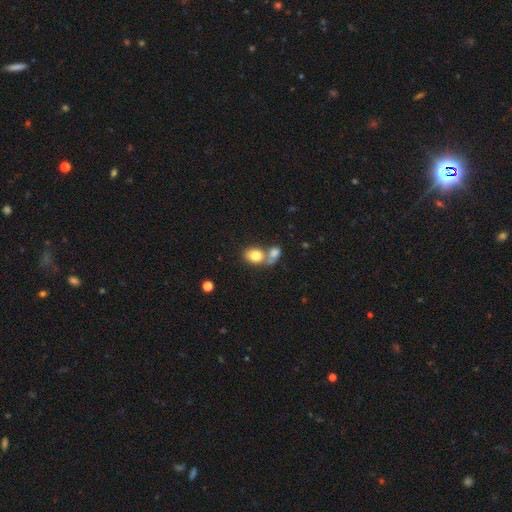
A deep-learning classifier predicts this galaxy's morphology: type=smooth (79%); roundness=round (51%); merging=merger (51%).